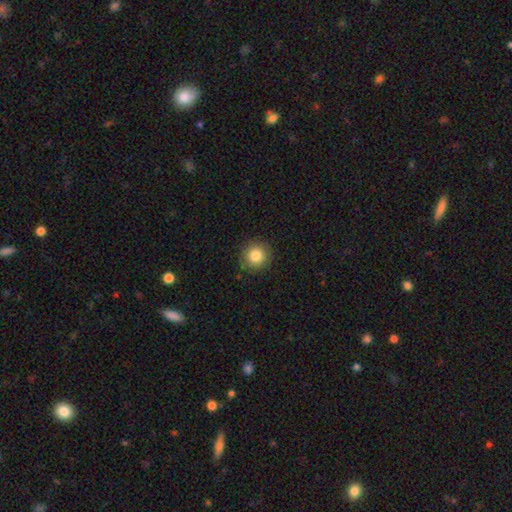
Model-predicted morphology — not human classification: smooth 84%, star or artifact 10%, featured or disk 6%. Down the decision tree: how rounded — round (93%); merging — none (89%).